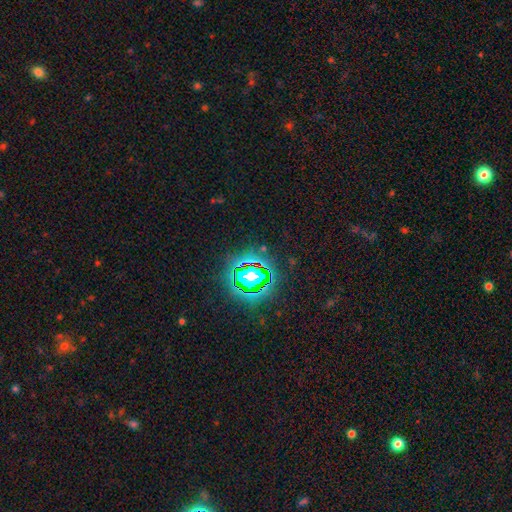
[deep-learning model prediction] Morphology: type=star or artifact (80%).